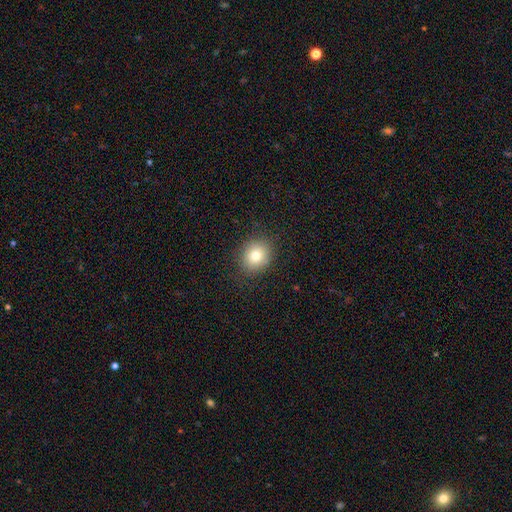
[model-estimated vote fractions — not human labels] Smooth or featured? Predicted: smooth (p=0.78). How rounded? Predicted: round (p=0.74). Merging? Predicted: none (p=0.88).